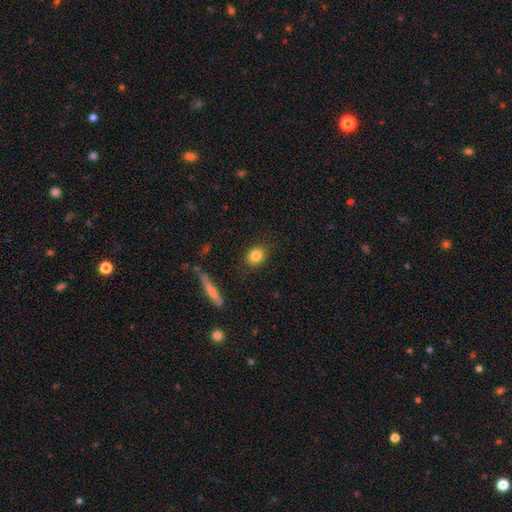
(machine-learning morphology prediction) The model was most divided on "how rounded": round: 52%, in between: 45%, cigar-shaped: 3%. More confident: merging — none (84%); smooth or featured — smooth (83%).